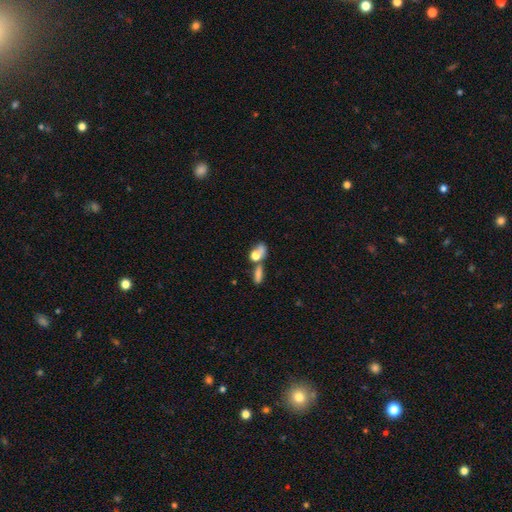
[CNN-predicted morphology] This appears to be a smooth galaxy with no disk features (67%) that is in between round and cigar-shaped (53%). Merging: merger (46%).